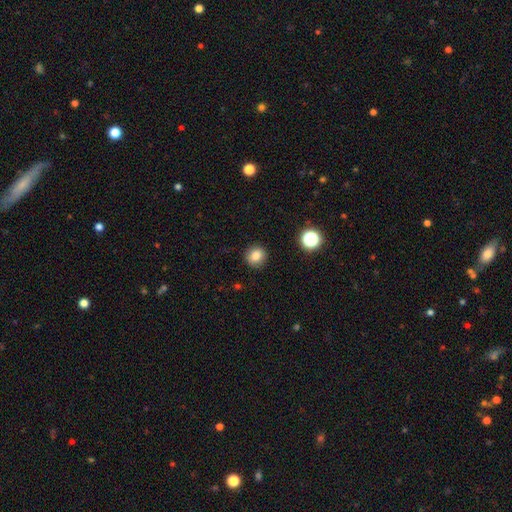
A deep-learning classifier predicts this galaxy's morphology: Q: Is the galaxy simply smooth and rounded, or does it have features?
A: smooth — 82%.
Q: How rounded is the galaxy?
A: round — 86%.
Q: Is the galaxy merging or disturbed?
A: none — 90%.